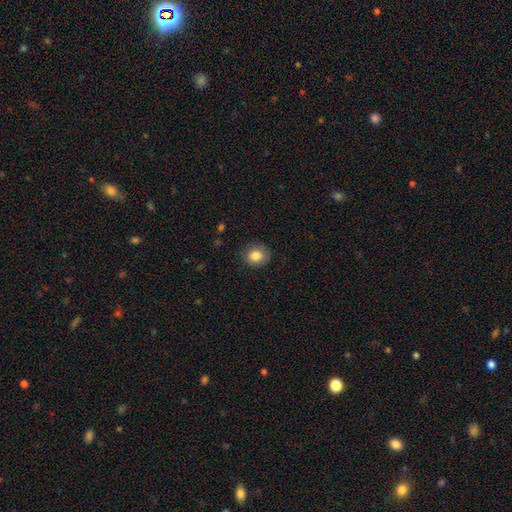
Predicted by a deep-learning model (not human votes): Smooth or featured: smooth — 84% (star or artifact — 9%)
How rounded: round — 73% (in between — 26%)
Merging: none — 83% (minor disturbance — 12%)